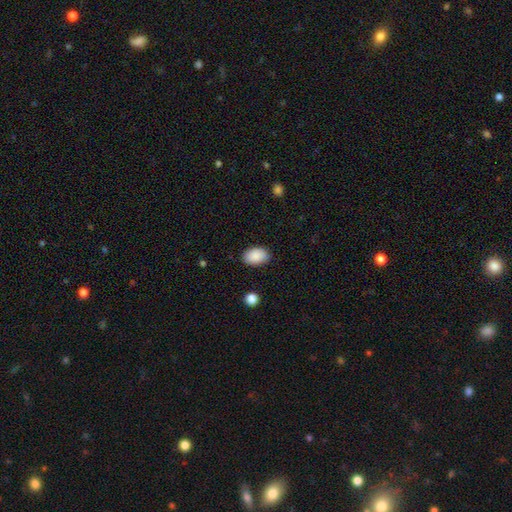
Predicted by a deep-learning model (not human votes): This appears to be a smooth galaxy with no disk features (90%) that is in between round and cigar-shaped (88%). Merging: none (86%).